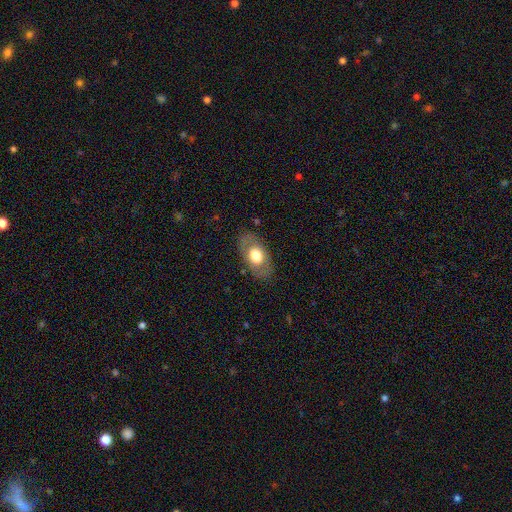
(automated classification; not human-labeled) This is possibly a smooth galaxy (57%). How rounded: clearly in between (88%). Merging: clearly none (80%).